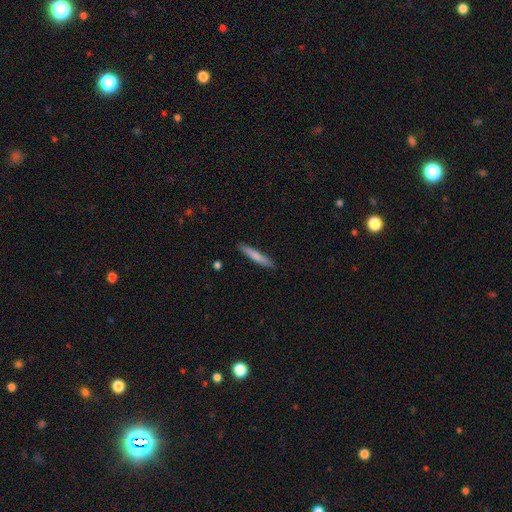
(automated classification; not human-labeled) smooth-or-featured: smooth: 76% | featured or disk: 19% | star or artifact: 5%
  how-rounded: cigar-shaped: 93% | in between: 6% | round: 1%
  merging: none: 89% | minor disturbance: 8% | major disturbance: 2% | merger: 1%